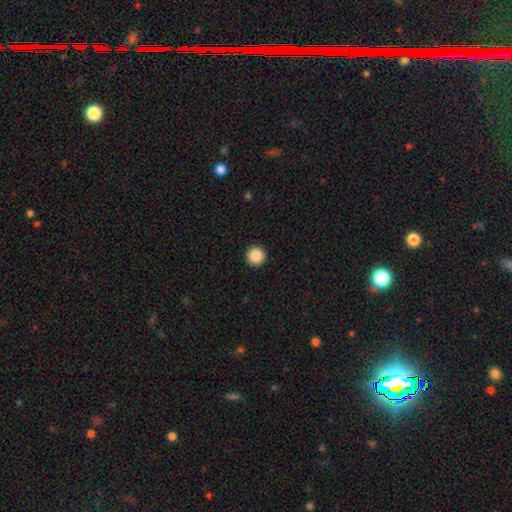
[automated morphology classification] A smooth galaxy with no disk features (87%) that is round (97%).

Vote fractions:
- Smooth or featured? smooth: 87% / star or artifact: 9% / featured or disk: 4%
- How rounded? round: 97% / in between: 2% / cigar-shaped: 1%
- Merging? none: 94% / minor disturbance: 4% / major disturbance: 1% / merger: 1%